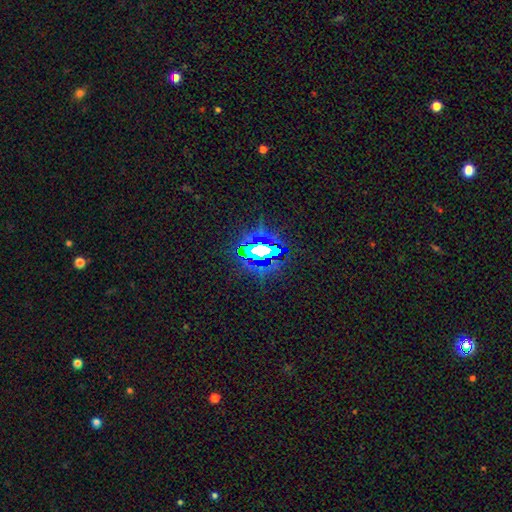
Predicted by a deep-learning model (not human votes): Smooth or featured: star or artifact — 68% (smooth — 16%)